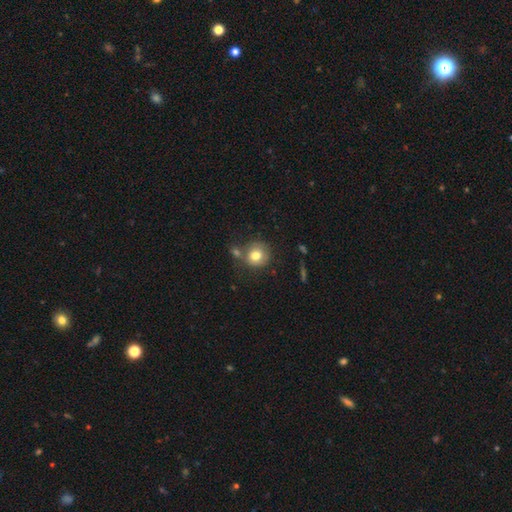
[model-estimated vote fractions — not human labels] smooth-or-featured: smooth: 77% | featured or disk: 13% | star or artifact: 10%
  how-rounded: round: 89% | in between: 10% | cigar-shaped: 1%
  merging: none: 64% | merger: 18% | minor disturbance: 13% | major disturbance: 5%